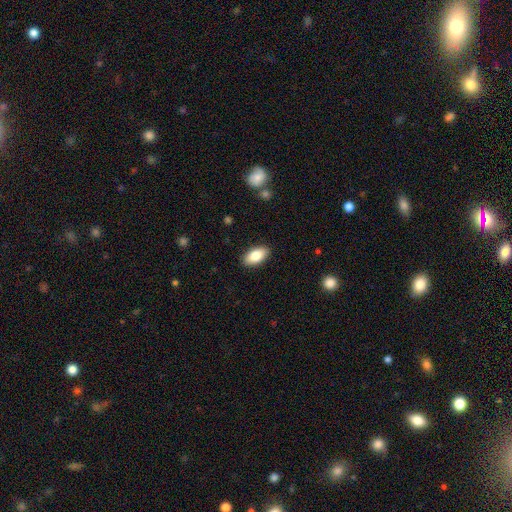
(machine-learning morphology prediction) smooth-or-featured: smooth: 84% | featured or disk: 10% | star or artifact: 7%
  how-rounded: in between: 93% | cigar-shaped: 4% | round: 3%
  merging: none: 89% | minor disturbance: 8% | major disturbance: 2% | merger: 1%